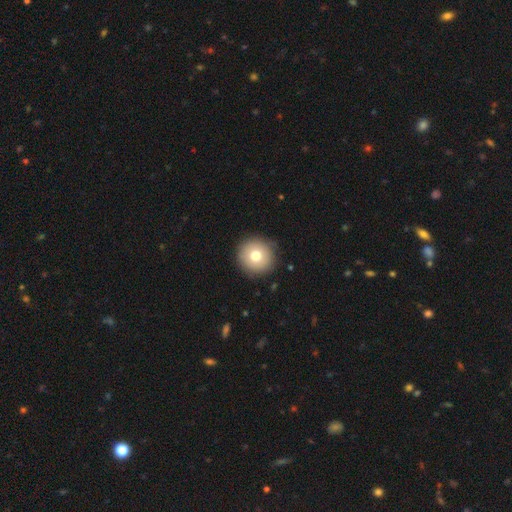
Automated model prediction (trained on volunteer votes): Smooth or featured?
  - smooth: 74% *
  - featured or disk: 16%
  - star or artifact: 10%
How rounded?
  - round: 95% *
  - in between: 4%
  - cigar-shaped: 1%
Merging?
  - none: 90% *
  - minor disturbance: 7%
  - major disturbance: 2%
  - merger: 1%